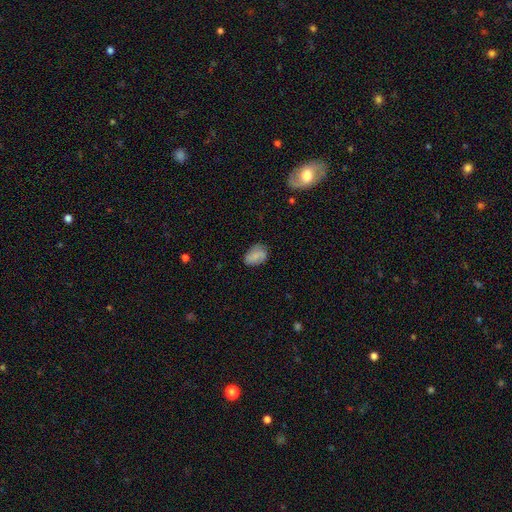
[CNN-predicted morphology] Smooth or featured: smooth — 68% (featured or disk — 23%)
How rounded: in between — 82% (round — 16%)
Merging: none — 65% (minor disturbance — 27%)